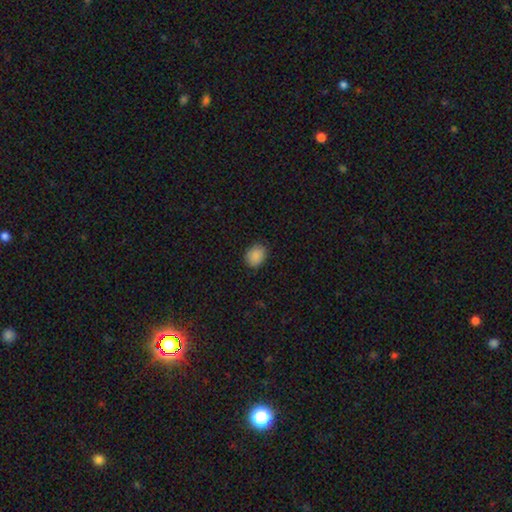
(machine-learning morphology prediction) Smooth or featured? Predicted: smooth (p=0.88). How rounded? Predicted: round (p=0.54). Merging? Predicted: none (p=0.84).